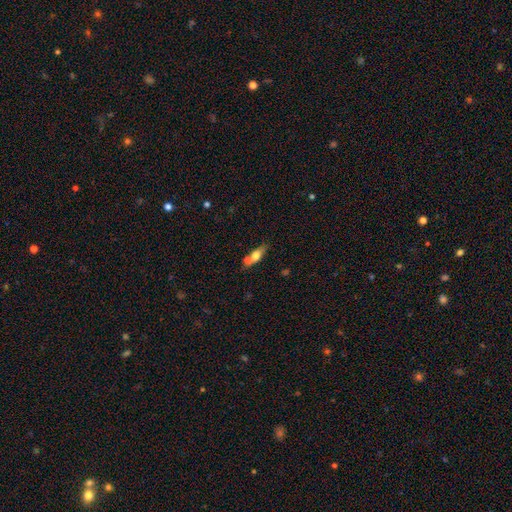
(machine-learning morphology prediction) A smooth galaxy with no disk features (62%) that is in between round and cigar-shaped (60%). Merging: merger (41%, tied with none).